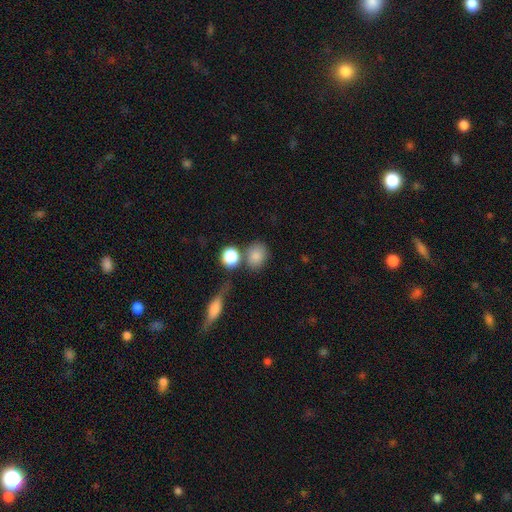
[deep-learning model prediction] This is clearly a smooth galaxy (83%). How rounded: possibly round (57%). Merging: possibly none (58%).